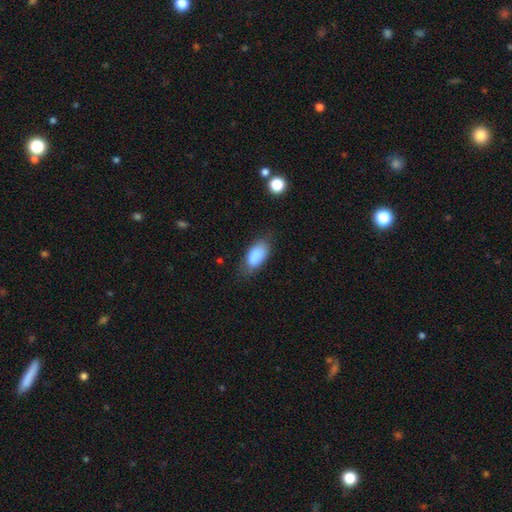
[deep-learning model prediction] Q: Smooth or featured?
A: smooth (83%); runner-up: featured or disk (9%)
Q: How rounded?
A: in between (91%); runner-up: cigar-shaped (5%)
Q: Merging?
A: none (65%); runner-up: minor disturbance (24%)